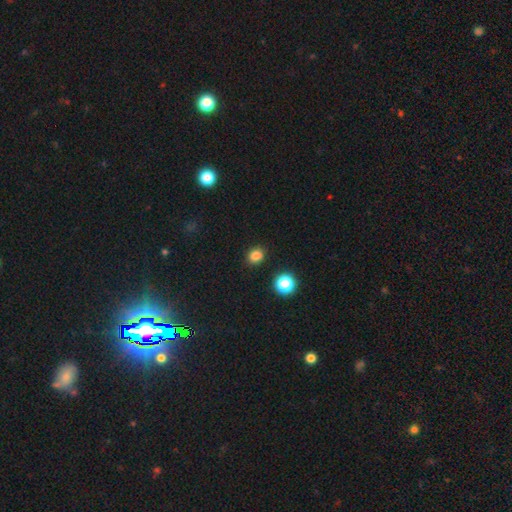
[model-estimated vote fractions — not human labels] smooth 82%, star or artifact 14%, featured or disk 4%. Down the decision tree: how rounded — round (66%); merging — none (87%).